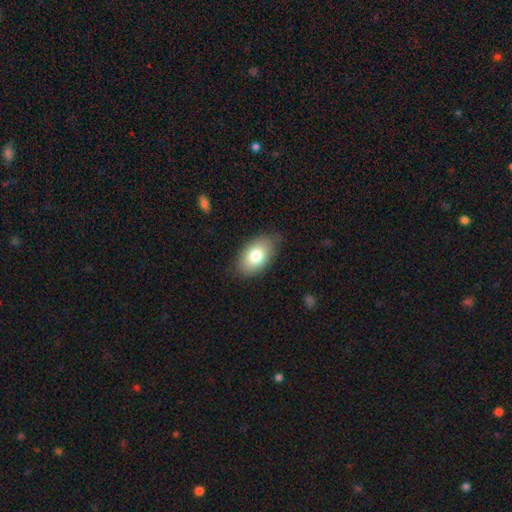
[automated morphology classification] smooth-or-featured: smooth: 78% | featured or disk: 15% | star or artifact: 7%
  how-rounded: in between: 92% | round: 7% | cigar-shaped: 2%
  merging: none: 77% | minor disturbance: 18% | major disturbance: 4% | merger: 1%